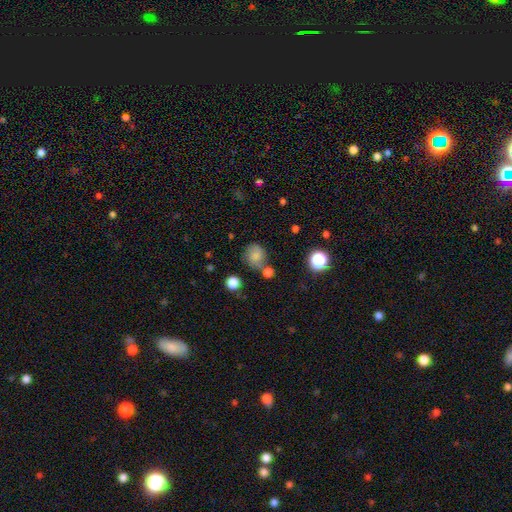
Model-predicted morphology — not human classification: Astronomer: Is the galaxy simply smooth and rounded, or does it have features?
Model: smooth — 70%.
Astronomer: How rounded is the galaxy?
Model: round — 73%.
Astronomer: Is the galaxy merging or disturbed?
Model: none — 59%.